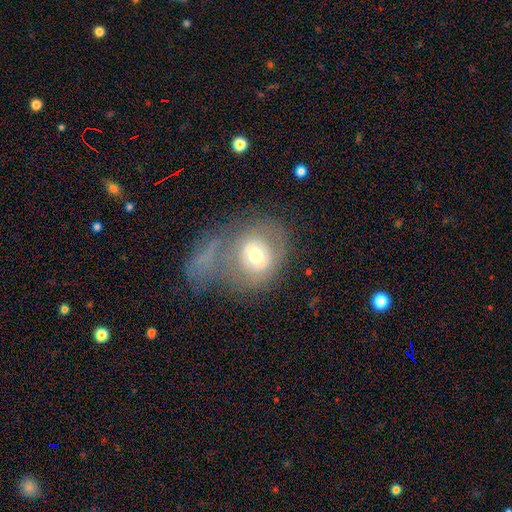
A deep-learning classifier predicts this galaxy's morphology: type=featured or disk (49%); merging=major disturbance (33%).